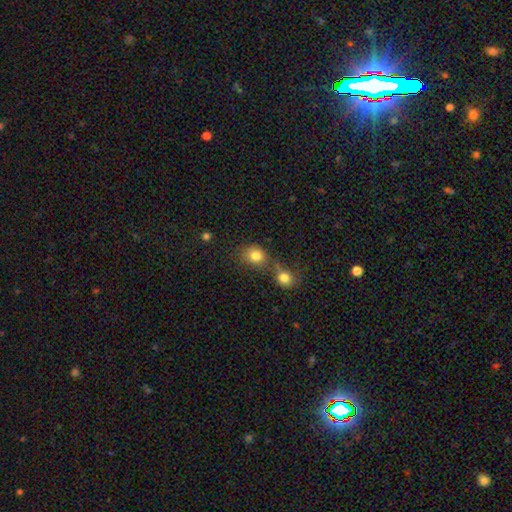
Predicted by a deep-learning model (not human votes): Overall: smooth (81%). How rounded: round (66%; in between 33%). Merging: none (48%; merger 35%).